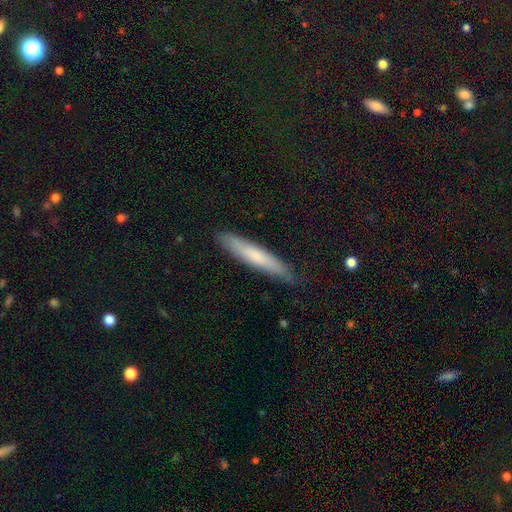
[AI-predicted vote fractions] Q: Smooth or featured?
A: smooth (70%); runner-up: featured or disk (25%)
Q: How rounded?
A: cigar-shaped (91%); runner-up: in between (8%)
Q: Merging?
A: none (84%); runner-up: minor disturbance (13%)